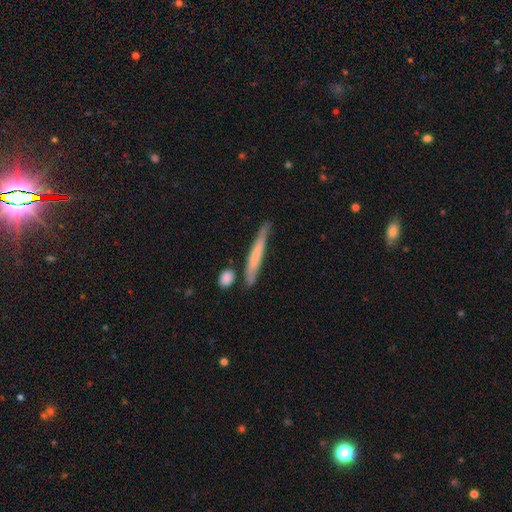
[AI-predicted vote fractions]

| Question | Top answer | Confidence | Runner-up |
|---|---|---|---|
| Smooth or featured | smooth | 54% | featured or disk (40%) |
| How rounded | cigar-shaped | 95% | in between (3%) |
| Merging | none | 72% | minor disturbance (17%) |